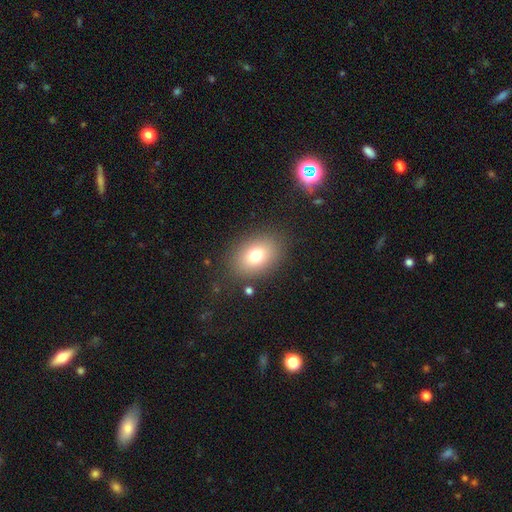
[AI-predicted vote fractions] Q: Smooth or featured?
A: smooth (76%); runner-up: featured or disk (13%)
Q: How rounded?
A: in between (72%); runner-up: round (27%)
Q: Merging?
A: none (84%); runner-up: minor disturbance (10%)